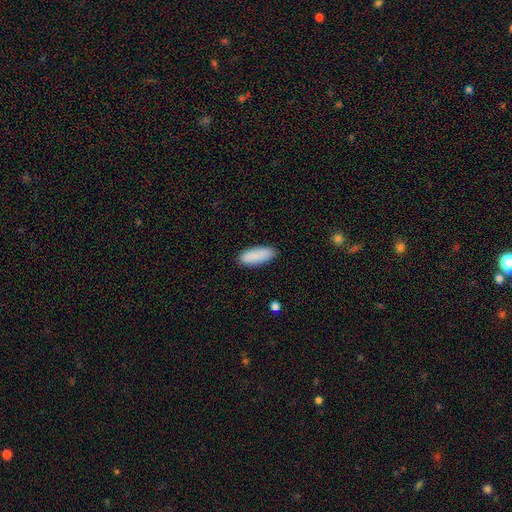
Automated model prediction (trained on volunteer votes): Smooth or featured? Predicted: smooth (p=0.88). How rounded? Predicted: in between (p=0.70). Merging? Predicted: none (p=0.87).